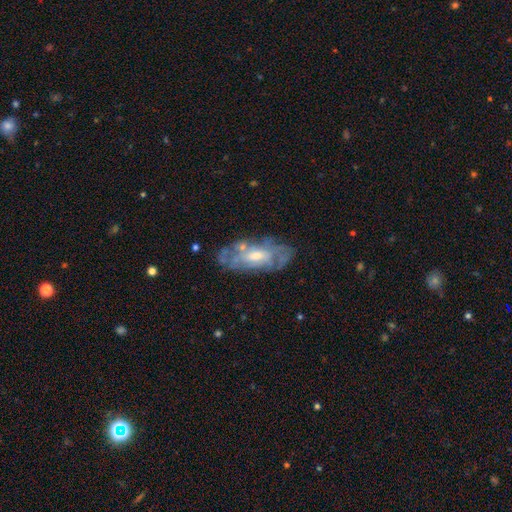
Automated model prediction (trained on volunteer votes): Q: Smooth or featured?
A: featured or disk (69%); runner-up: smooth (24%)
Q: Edge-on disk?
A: no (87%); runner-up: yes (13%)
Q: Bar?
A: no (53%); runner-up: weak (39%)
Q: Spiral arms?
A: yes (61%); runner-up: no (39%)
Q: Bulge size?
A: moderate (55%); runner-up: small (32%)
Q: Merging?
A: none (67%); runner-up: minor disturbance (21%)